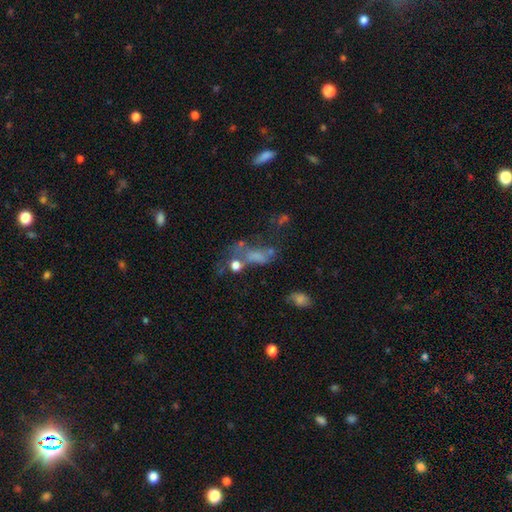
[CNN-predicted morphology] Q: Smooth or featured?
A: smooth (39%); runner-up: featured or disk (35%)
Q: Merging?
A: none (30%); runner-up: major disturbance (29%)